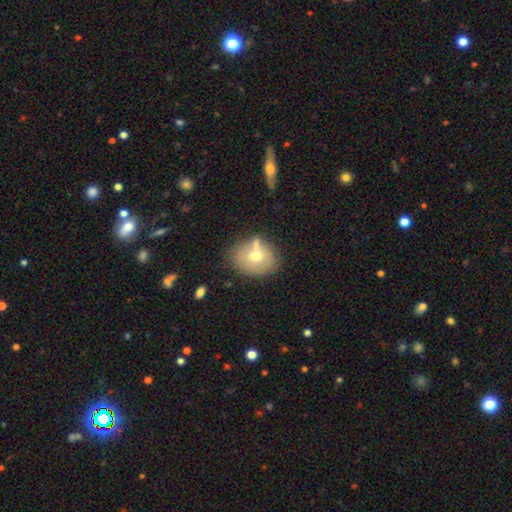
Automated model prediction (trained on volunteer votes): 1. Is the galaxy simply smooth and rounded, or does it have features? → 62% smooth, 29% featured or disk, 10% star or artifact.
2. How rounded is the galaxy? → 50% in between, 49% round, 1% cigar-shaped.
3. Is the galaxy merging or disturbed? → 50% none, 22% minor disturbance, 19% merger, 8% major disturbance.